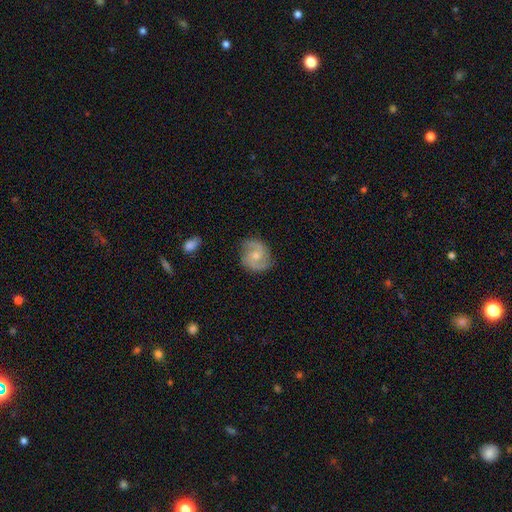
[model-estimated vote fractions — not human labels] smooth_or_featured: featured or disk (p=0.79) [alt: smooth p=0.16]
disk_edge_on: no (p=0.98) [alt: yes p=0.02]
bar: no (p=0.59) [alt: weak p=0.36]
has_spiral_arms: yes (p=0.96) [alt: no p=0.04]
spiral_winding: medium (p=0.53) [alt: tight p=0.31]
spiral_arm_count: 2 (p=0.90) [alt: can't tell p=0.04]
bulge_size: moderate (p=0.56) [alt: small p=0.38]
merging: none (p=0.80) [alt: minor disturbance p=0.15]